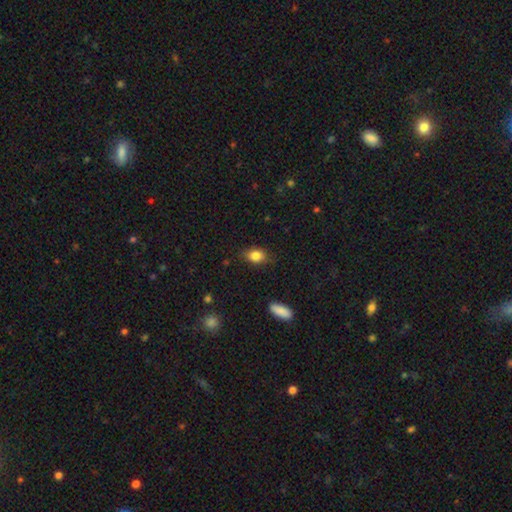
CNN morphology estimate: type=smooth (84%); roundness=in between (73%); merging=none (78%).